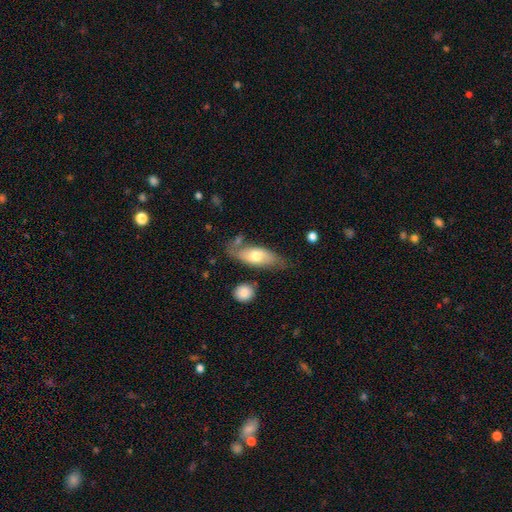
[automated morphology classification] smooth_or_featured: smooth (p=0.58) [alt: featured or disk p=0.36]
how_rounded: in between (p=0.79) [alt: cigar-shaped p=0.18]
merging: none (p=0.57) [alt: minor disturbance p=0.24]